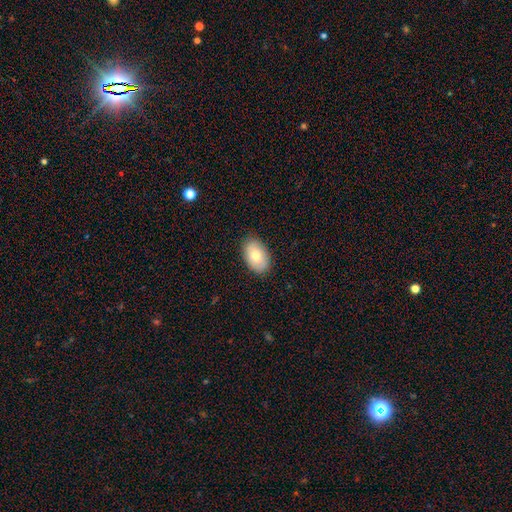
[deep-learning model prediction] A smooth galaxy with no disk features (75%) that is in between round and cigar-shaped (91%). Merging: none (86%).